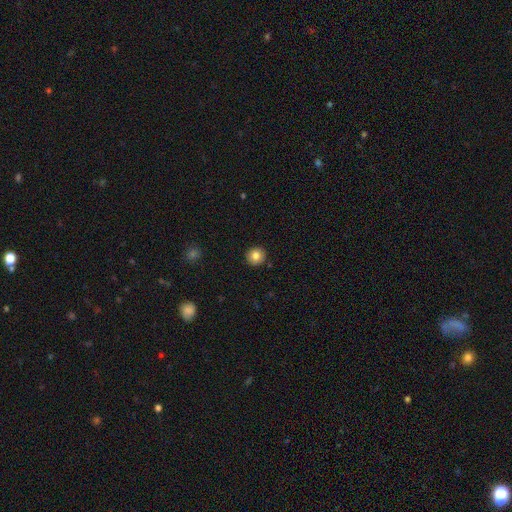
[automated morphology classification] A smooth galaxy with no disk features (83%) that is round (92%). Merging: none (91%).